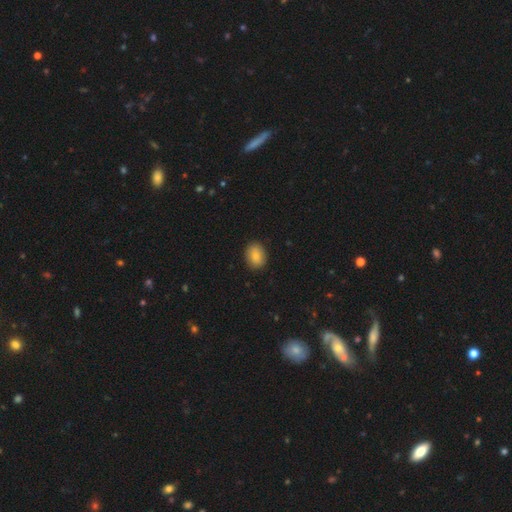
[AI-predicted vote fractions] The model was most divided on "how rounded": in between: 58%, round: 41%, cigar-shaped: 1%. More confident: merging — none (90%); smooth or featured — smooth (85%).